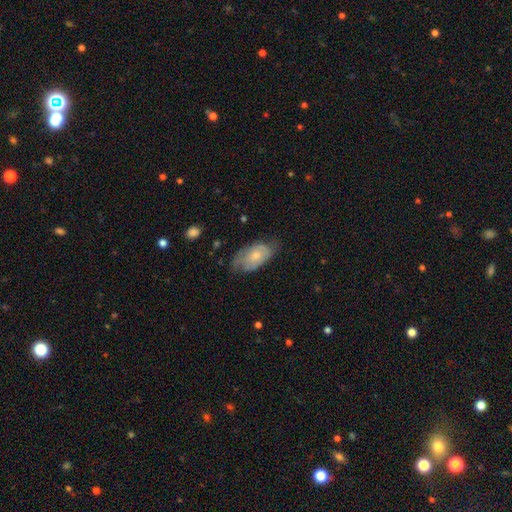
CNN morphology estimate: The model was most divided on "smooth or featured": smooth: 53%, featured or disk: 41%, star or artifact: 6%. More confident: how rounded — in between (92%); merging — none (52%).